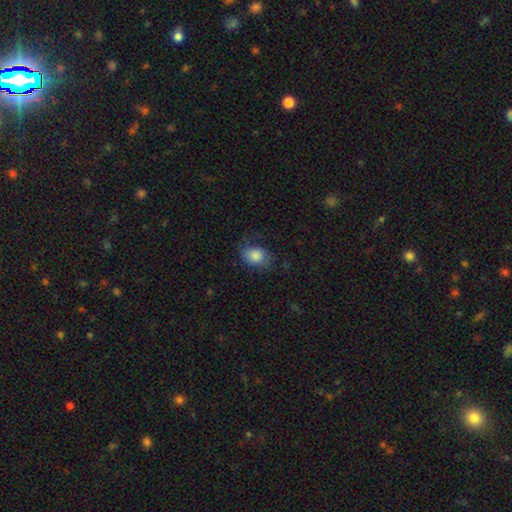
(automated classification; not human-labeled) Q: Smooth or featured?
A: smooth (77%); runner-up: featured or disk (15%)
Q: How rounded?
A: in between (72%); runner-up: round (27%)
Q: Merging?
A: none (56%); runner-up: minor disturbance (26%)